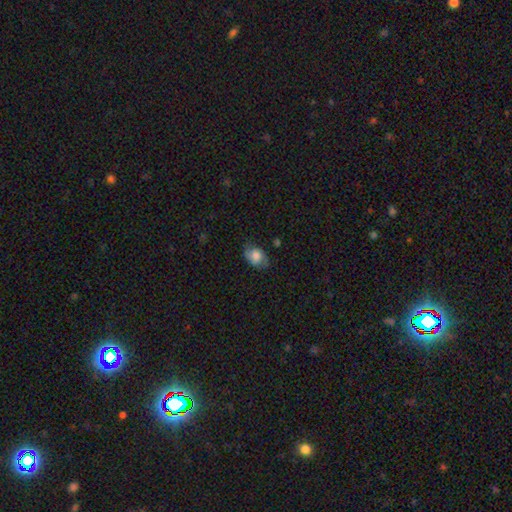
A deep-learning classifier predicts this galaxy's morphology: Smooth or featured? Predicted: smooth (p=0.61). How rounded? Predicted: in between (p=0.76). Merging? Predicted: none (p=0.67).